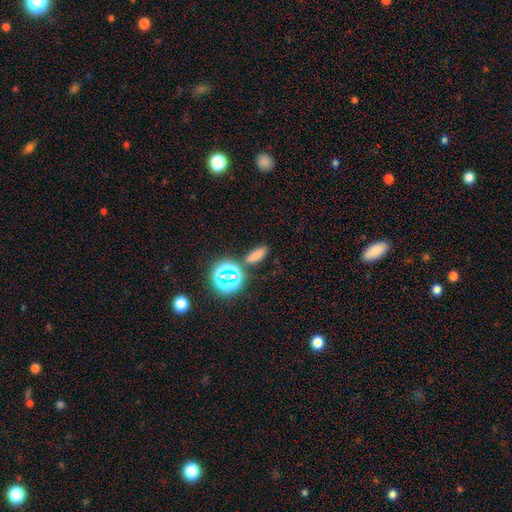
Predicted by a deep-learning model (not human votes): smooth 69%, star or artifact 24%, featured or disk 7%. Down the decision tree: how rounded — in between (60%); merging — none (81%).